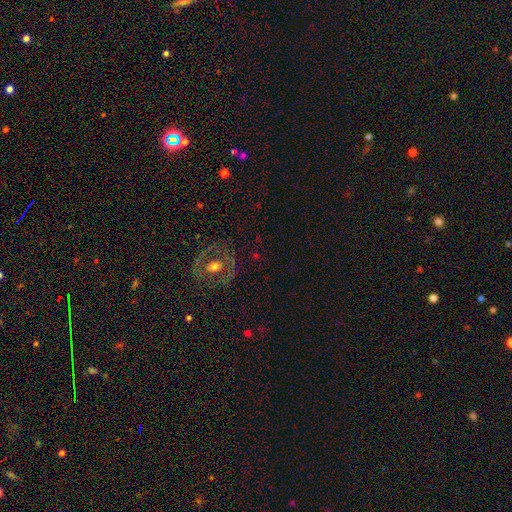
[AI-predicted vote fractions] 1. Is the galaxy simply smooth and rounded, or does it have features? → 39% featured or disk, 38% smooth, 23% star or artifact.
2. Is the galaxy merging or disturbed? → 80% none, 11% minor disturbance, 6% major disturbance, 3% merger.